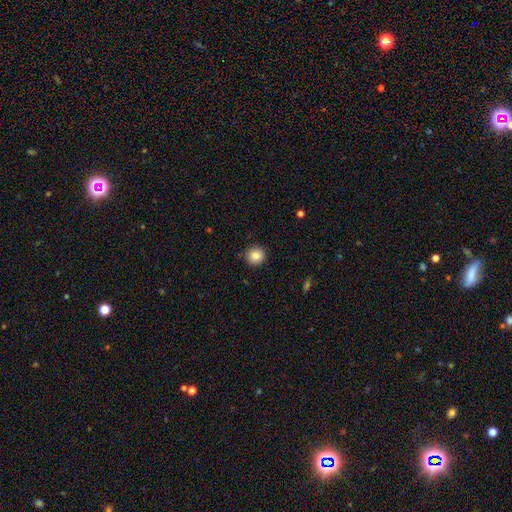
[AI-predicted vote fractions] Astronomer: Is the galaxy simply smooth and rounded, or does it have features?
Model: smooth — 83%.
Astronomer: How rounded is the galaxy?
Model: round — 94%.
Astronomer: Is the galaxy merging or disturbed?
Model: none — 91%.